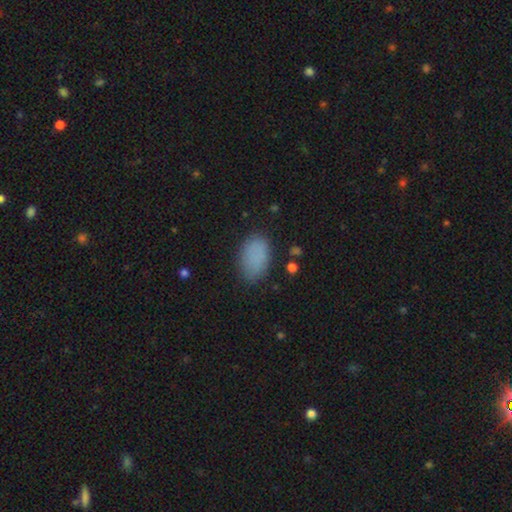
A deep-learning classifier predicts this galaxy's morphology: The model was most divided on "merging": none: 80%, minor disturbance: 15%, major disturbance: 4%, merger: 1%. More confident: how rounded — in between (92%); smooth or featured — smooth (86%).